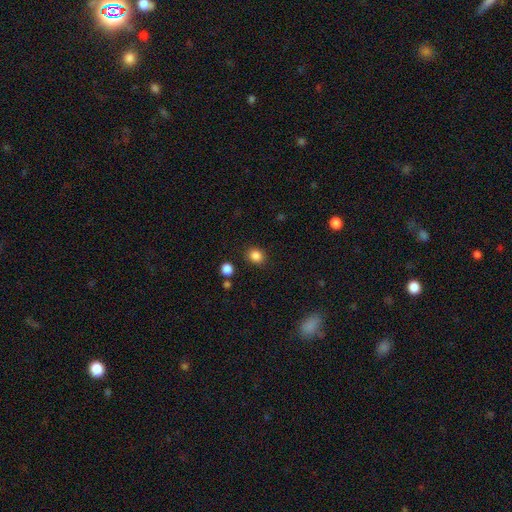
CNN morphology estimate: smooth 86%, star or artifact 11%, featured or disk 3%. Down the decision tree: how rounded — round (67%); merging — none (87%).